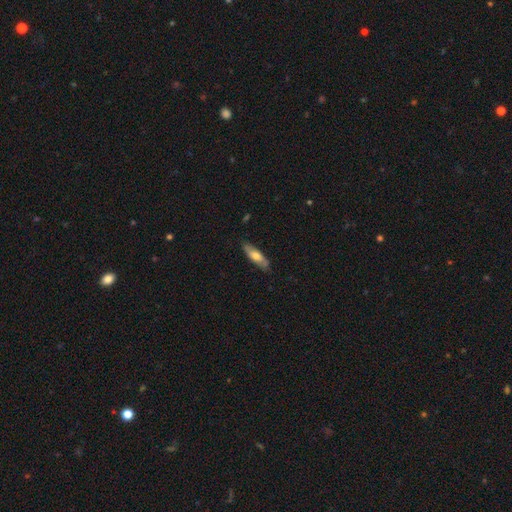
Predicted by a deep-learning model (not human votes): Q: Smooth or featured?
A: smooth (61%); runner-up: featured or disk (34%)
Q: How rounded?
A: cigar-shaped (55%); runner-up: in between (43%)
Q: Merging?
A: none (77%); runner-up: minor disturbance (18%)